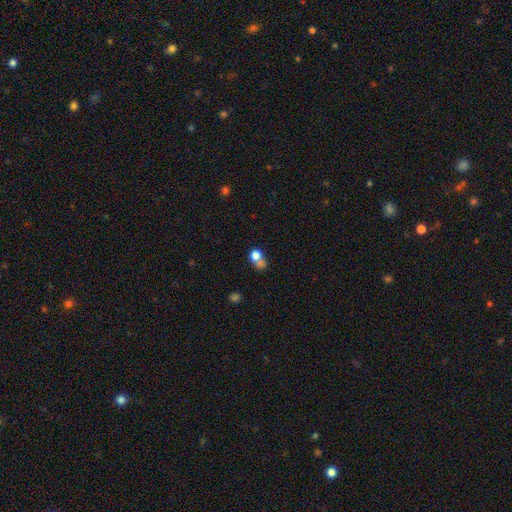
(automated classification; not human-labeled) Smooth or featured? Predicted: smooth (p=0.74). How rounded? Predicted: round (p=0.72). Merging? Predicted: merger (p=0.48).